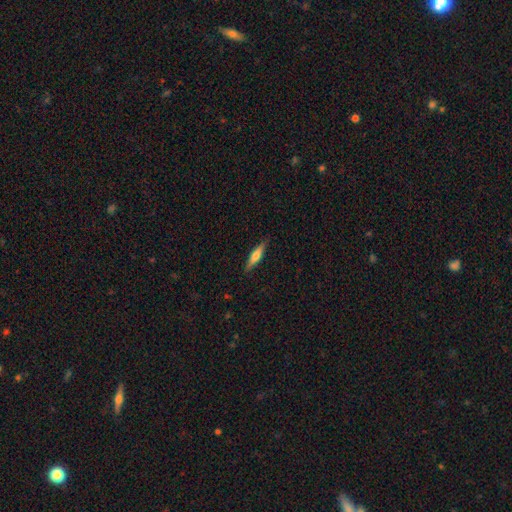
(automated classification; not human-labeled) This appears to be a smooth galaxy with no disk features (47%, tied with featured or disk). Merging: none (89%).